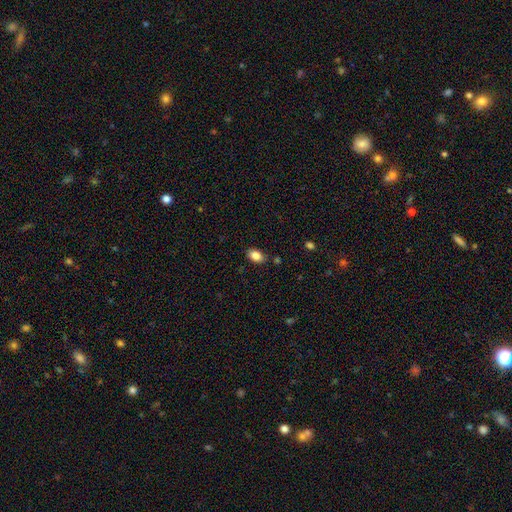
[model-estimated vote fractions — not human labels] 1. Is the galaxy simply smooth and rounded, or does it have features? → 85% smooth, 8% star or artifact, 6% featured or disk.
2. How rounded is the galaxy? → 87% in between, 12% round, 1% cigar-shaped.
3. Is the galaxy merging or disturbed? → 83% none, 11% minor disturbance, 3% merger, 2% major disturbance.